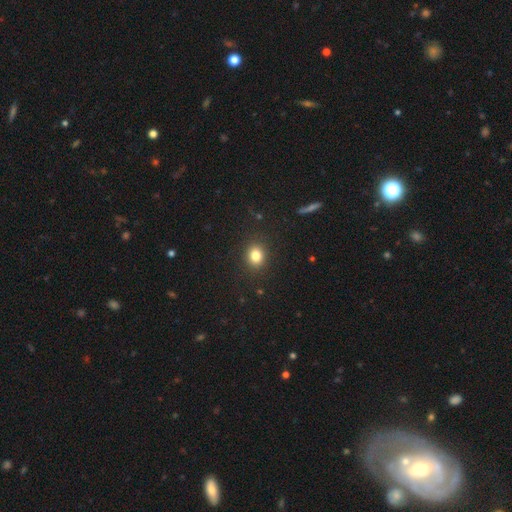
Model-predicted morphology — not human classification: Smooth or featured? smooth (82%)
How rounded? round (67%)
Merging? none (89%)